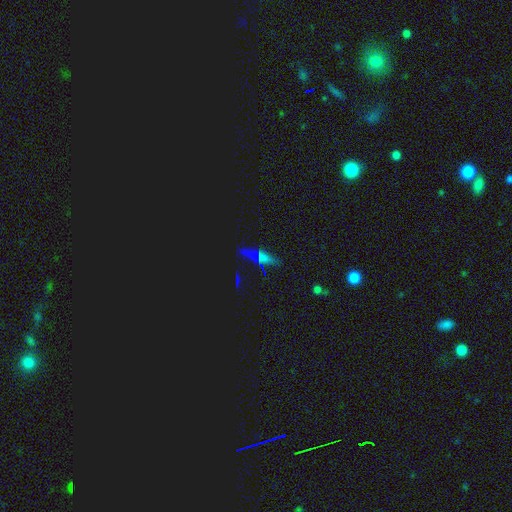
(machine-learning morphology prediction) star or artifact 45%, featured or disk 31%, smooth 24%.